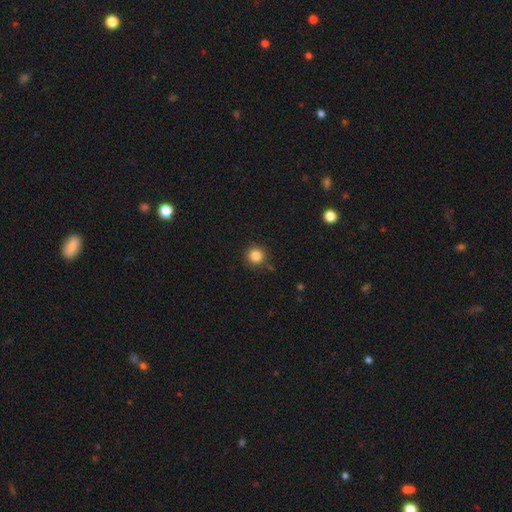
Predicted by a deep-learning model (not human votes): smooth_or_featured: smooth (p=0.85) [alt: star or artifact p=0.12]
how_rounded: round (p=0.95) [alt: in between p=0.04]
merging: none (p=0.86) [alt: minor disturbance p=0.09]